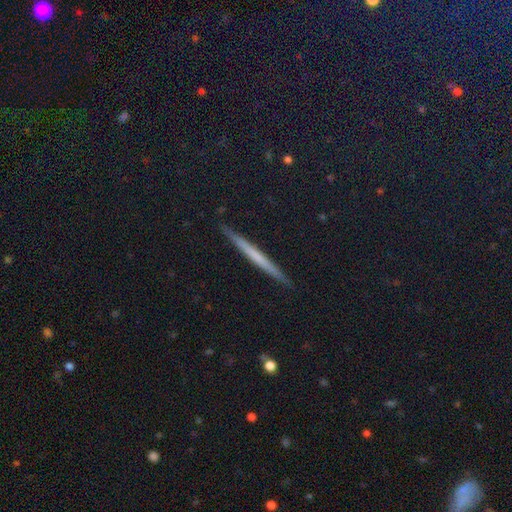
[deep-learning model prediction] smooth-or-featured: featured or disk: 44% | smooth: 42% | star or artifact: 14%
  merging: none: 92% | minor disturbance: 6% | major disturbance: 1% | merger: 1%